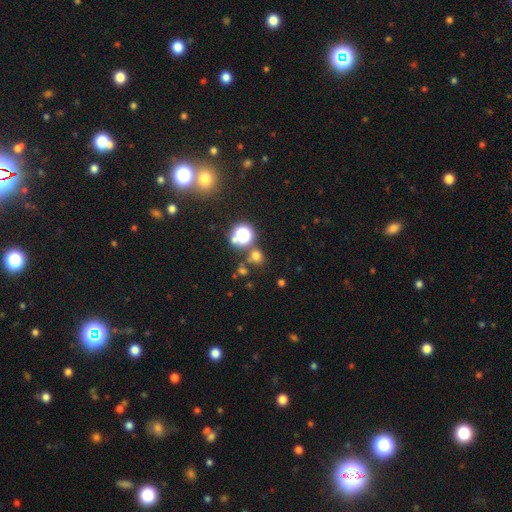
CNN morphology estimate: A smooth galaxy with no disk features (63%) that is round (86%).

Vote fractions:
- Smooth or featured? smooth: 63% / star or artifact: 30% / featured or disk: 7%
- How rounded? round: 86% / in between: 13% / cigar-shaped: 1%
- Merging? none: 76% / merger: 12% / minor disturbance: 8% / major disturbance: 4%